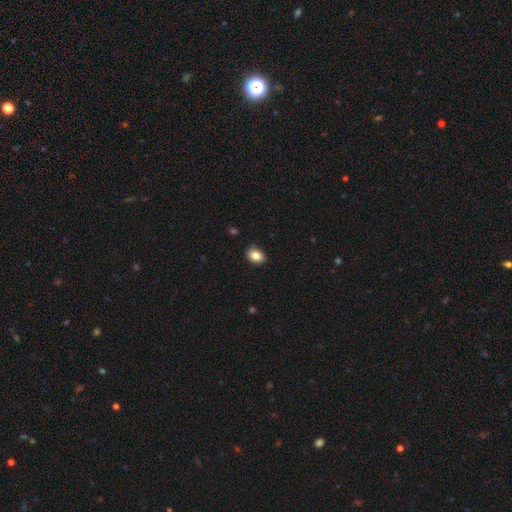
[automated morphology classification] A smooth galaxy with no disk features (85%) that is in between round and cigar-shaped (69%). Merging: none (86%).